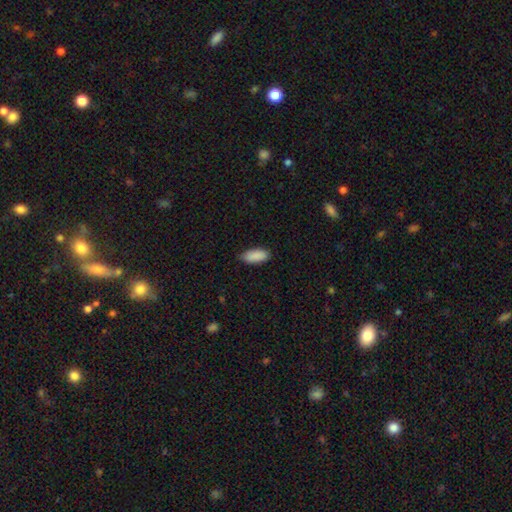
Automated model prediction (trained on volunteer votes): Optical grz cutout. It shows a smooth galaxy with no disk features (90%) that is in between round and cigar-shaped (85%). Merging: none (85%).